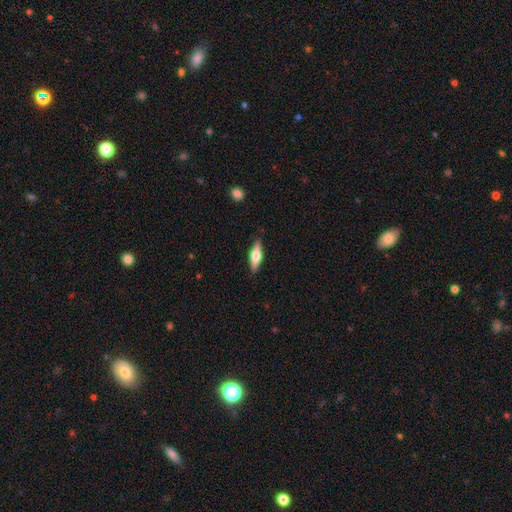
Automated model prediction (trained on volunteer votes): The model was most divided on "smooth or featured": smooth: 48%, featured or disk: 47%, star or artifact: 6%. More confident: merging — none (87%).